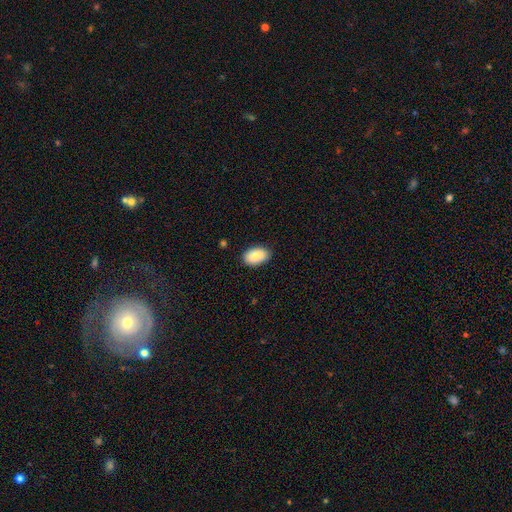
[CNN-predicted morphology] A smooth galaxy with no disk features (89%) that is in between round and cigar-shaped (92%).

Vote fractions:
- Smooth or featured? smooth: 89% / star or artifact: 6% / featured or disk: 5%
- How rounded? in between: 92% / round: 7% / cigar-shaped: 1%
- Merging? none: 85% / minor disturbance: 12% / major disturbance: 2% / merger: 1%